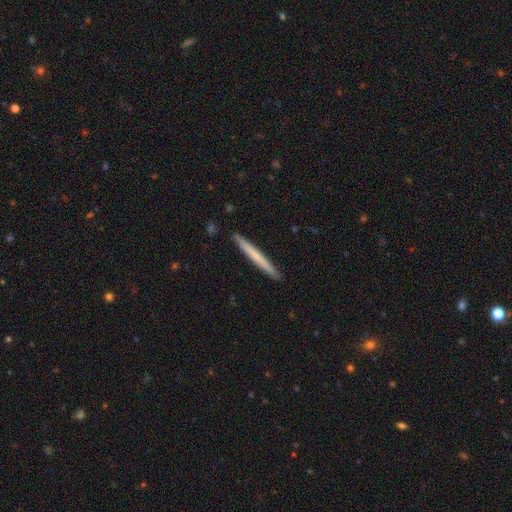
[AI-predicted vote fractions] Smooth or featured? smooth (64%)
How rounded? cigar-shaped (97%)
Merging? none (92%)